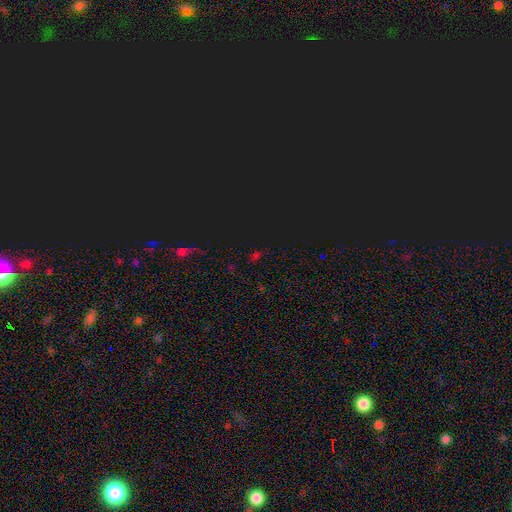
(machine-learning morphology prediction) This is likely a star or artifact rather than a galaxy (69%).